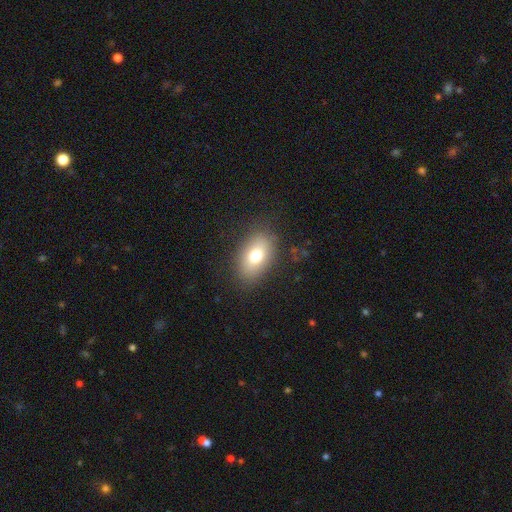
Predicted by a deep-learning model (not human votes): Morphology: type=smooth (75%); roundness=in between (86%); merging=none (84%).